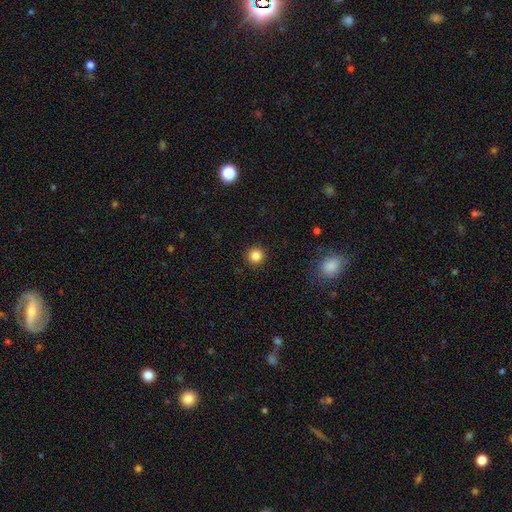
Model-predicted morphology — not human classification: Smooth or featured? Predicted: smooth (p=0.84). How rounded? Predicted: round (p=0.95). Merging? Predicted: none (p=0.92).